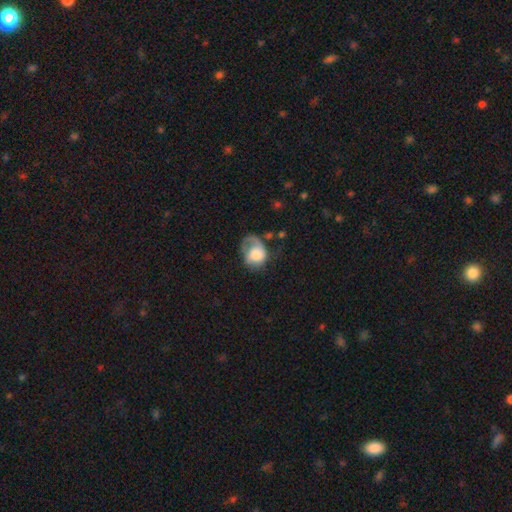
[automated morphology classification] Smooth or featured? Predicted: smooth (p=0.53). How rounded? Predicted: in between (p=0.52). Merging? Predicted: major disturbance (p=0.43).